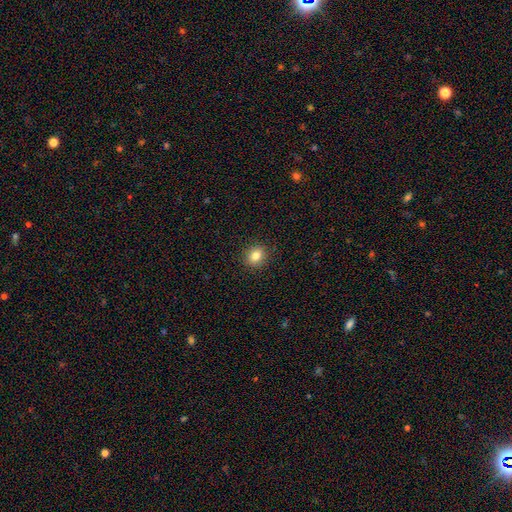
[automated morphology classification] A smooth galaxy with no disk features (83%) that is round (72%). Merging: none (91%).